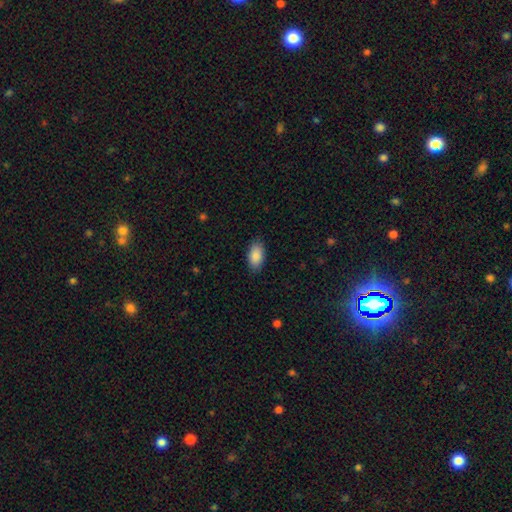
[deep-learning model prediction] smooth_or_featured: smooth (p=0.89) [alt: star or artifact p=0.06]
how_rounded: in between (p=0.94) [alt: round p=0.03]
merging: none (p=0.86) [alt: minor disturbance p=0.10]